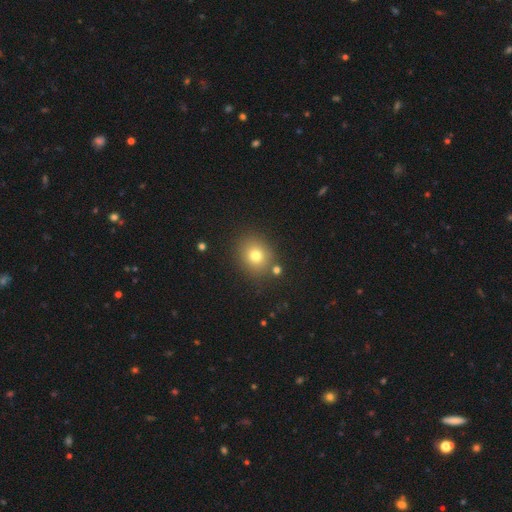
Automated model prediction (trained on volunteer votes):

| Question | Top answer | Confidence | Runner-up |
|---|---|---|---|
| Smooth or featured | smooth | 75% | star or artifact (15%) |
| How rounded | round | 70% | in between (29%) |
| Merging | none | 82% | minor disturbance (9%) |